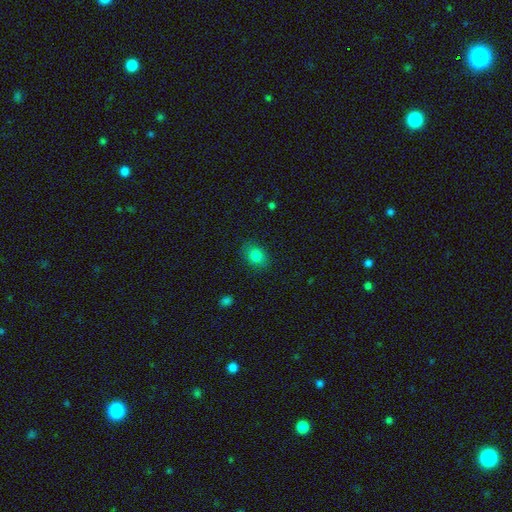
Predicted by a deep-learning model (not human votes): This is clearly a smooth galaxy (82%). How rounded: likely in between (60%). Merging: clearly none (85%).